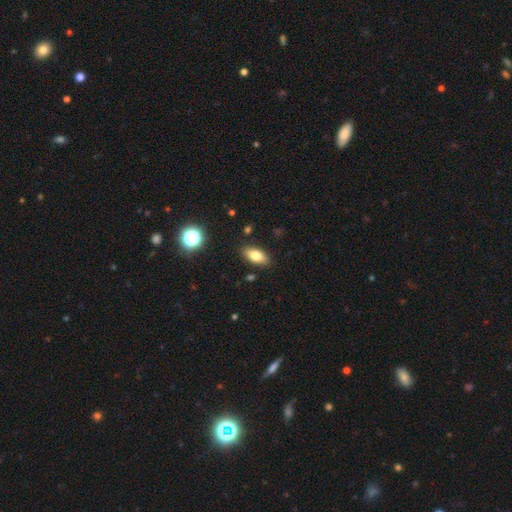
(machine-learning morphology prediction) smooth 78%, featured or disk 13%, star or artifact 9%. Down the decision tree: how rounded — in between (85%); merging — none (87%).